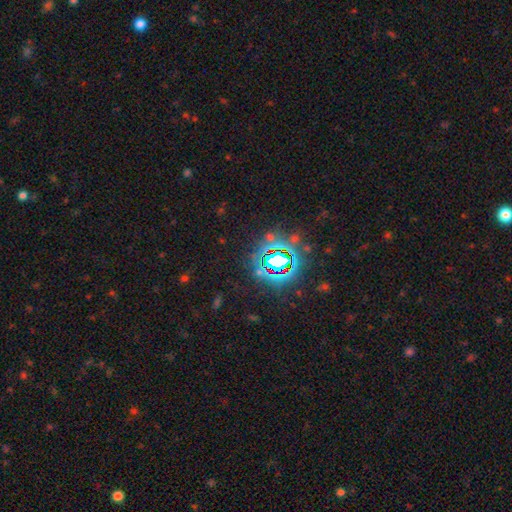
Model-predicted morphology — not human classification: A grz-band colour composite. It shows a star or artifact, not a galaxy (82%).